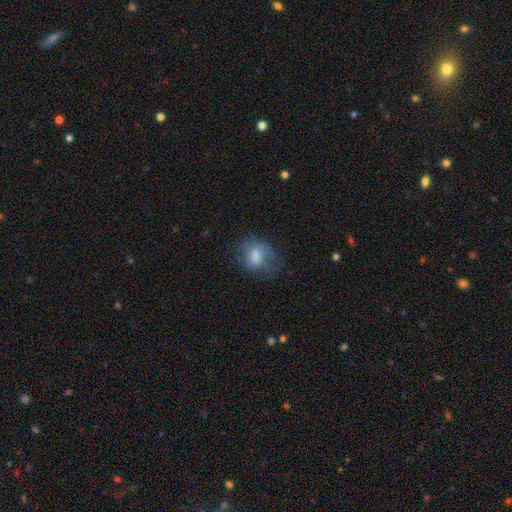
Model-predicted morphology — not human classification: Smooth or featured? Predicted: smooth (p=0.66). How rounded? Predicted: in between (p=0.51). Merging? Predicted: none (p=0.55).